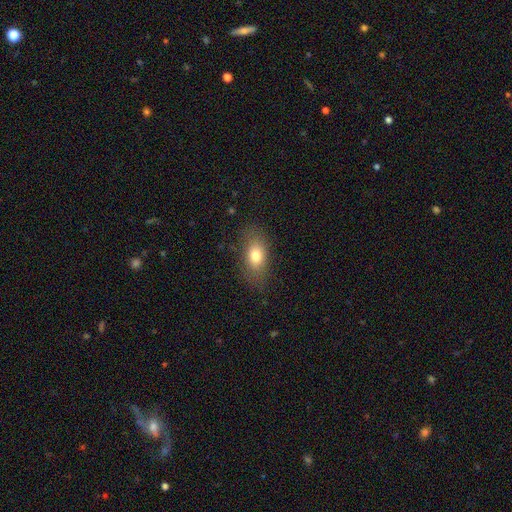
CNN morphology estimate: A smooth galaxy with no disk features (76%) that is in between round and cigar-shaped (83%). Merging: none (78%).